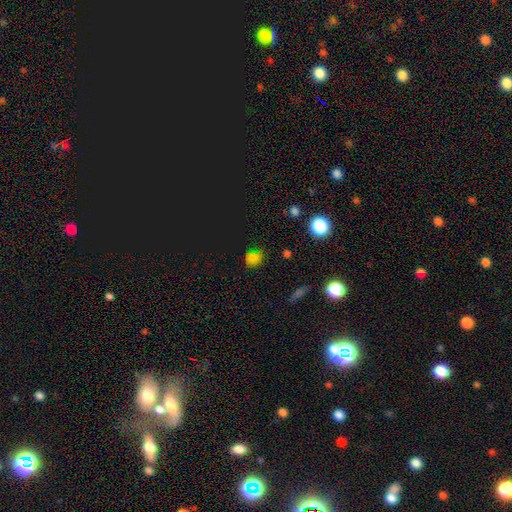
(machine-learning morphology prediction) The model was most divided on "smooth or featured": smooth: 54%, star or artifact: 38%, featured or disk: 8%. More confident: how rounded — round (69%); merging — none (66%).